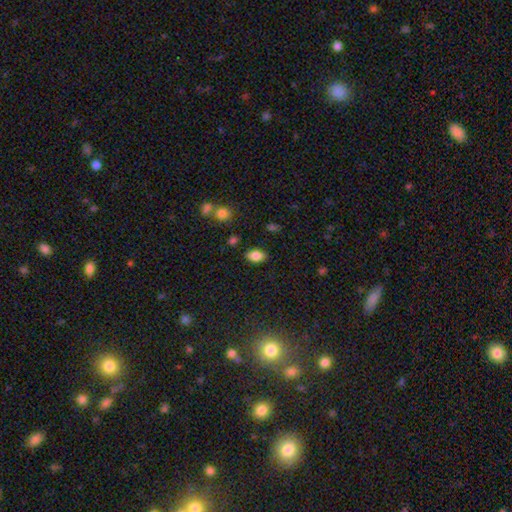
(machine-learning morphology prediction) Smooth or featured: smooth — 81% (featured or disk — 10%)
How rounded: in between — 88% (round — 9%)
Merging: none — 85% (minor disturbance — 11%)